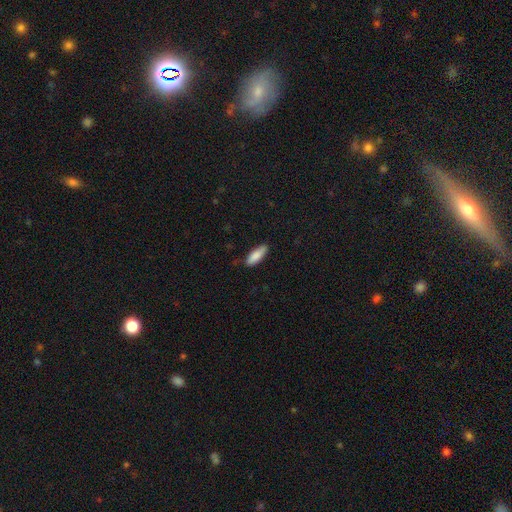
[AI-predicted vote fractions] Q: Smooth or featured?
A: smooth (85%); runner-up: featured or disk (9%)
Q: How rounded?
A: in between (63%); runner-up: cigar-shaped (35%)
Q: Merging?
A: none (79%); runner-up: minor disturbance (17%)